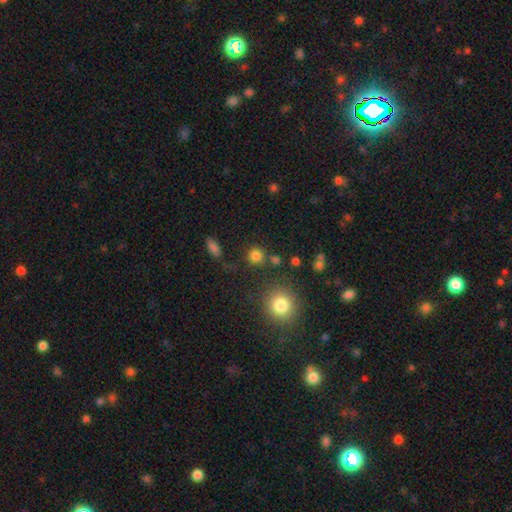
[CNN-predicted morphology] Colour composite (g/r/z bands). It shows a smooth galaxy with no disk features (80%) that is round (90%). Merging: none (78%).